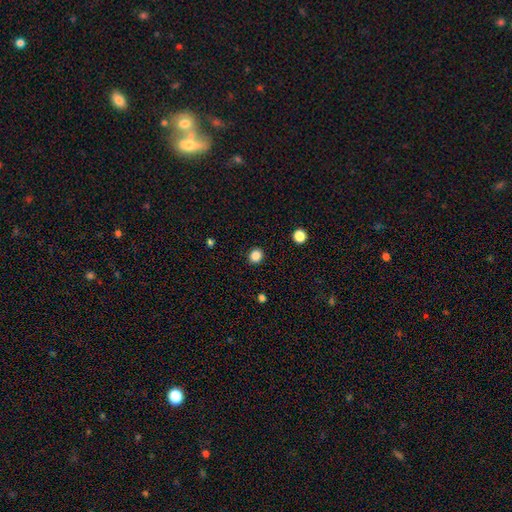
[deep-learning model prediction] smooth_or_featured: smooth (p=0.86) [alt: star or artifact p=0.11]
how_rounded: round (p=0.82) [alt: in between p=0.17]
merging: none (p=0.91) [alt: minor disturbance p=0.06]